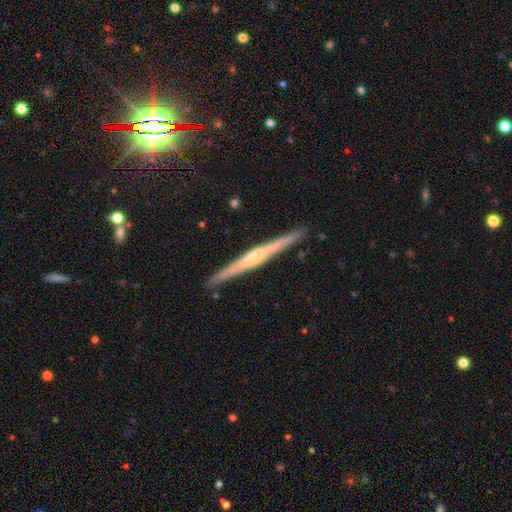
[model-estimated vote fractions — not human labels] Q: Smooth or featured?
A: featured or disk (72%); runner-up: smooth (23%)
Q: Edge-on disk?
A: yes (98%); runner-up: no (2%)
Q: Edge-on bulge?
A: rounded (49%); runner-up: none (39%)
Q: Merging?
A: none (91%); runner-up: minor disturbance (7%)